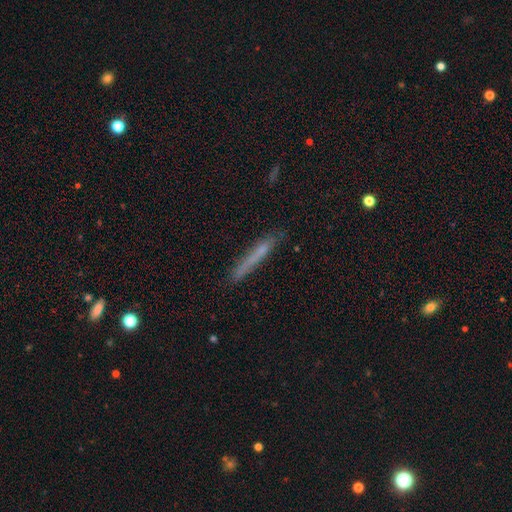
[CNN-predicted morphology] Q: Smooth or featured?
A: smooth (59%); runner-up: featured or disk (32%)
Q: How rounded?
A: cigar-shaped (95%); runner-up: in between (3%)
Q: Merging?
A: none (78%); runner-up: minor disturbance (16%)